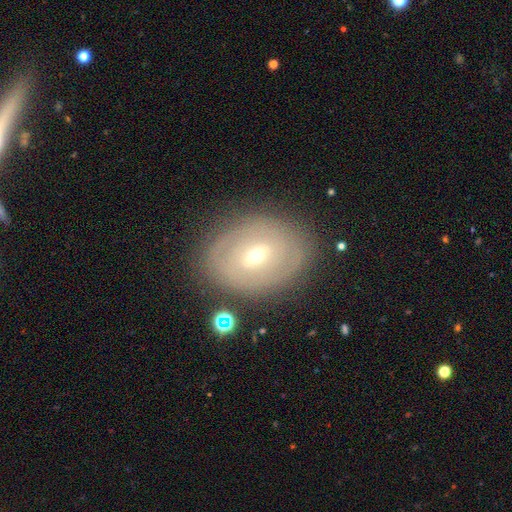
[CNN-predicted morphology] This is likely a featured or disk galaxy (69%). It is clearly not viewed edge-on (94%). Bar: possibly weak (53%). Spiral arm pattern: possibly yes (58%). Central bulge: possibly small (52%). Merging: likely none (80%).